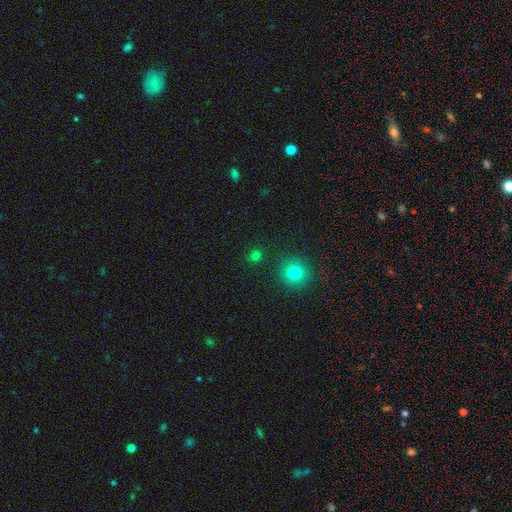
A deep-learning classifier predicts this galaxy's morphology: Smooth or featured? smooth (75%)
How rounded? round (87%)
Merging? none (85%)